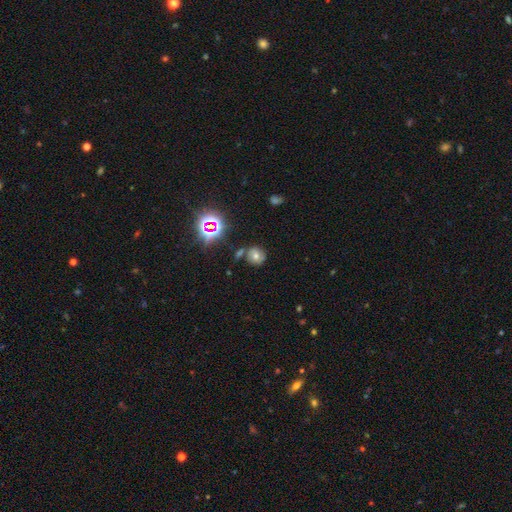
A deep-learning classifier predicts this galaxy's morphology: smooth 49%, star or artifact 27%, featured or disk 24%. Down the decision tree: merging — none (70%).